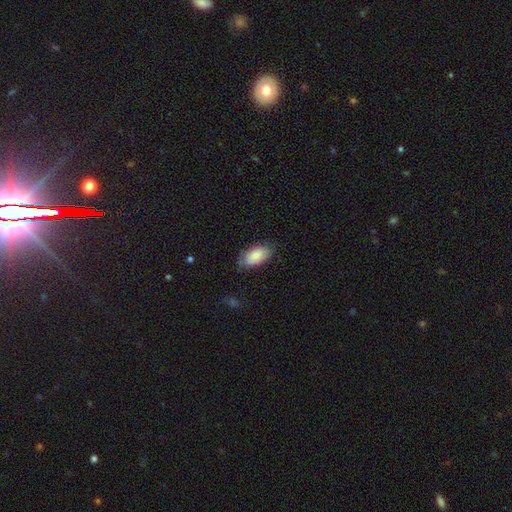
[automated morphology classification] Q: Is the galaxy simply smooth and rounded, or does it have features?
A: smooth — 81%.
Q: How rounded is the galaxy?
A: in between — 94%.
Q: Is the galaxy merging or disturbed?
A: none — 77%.